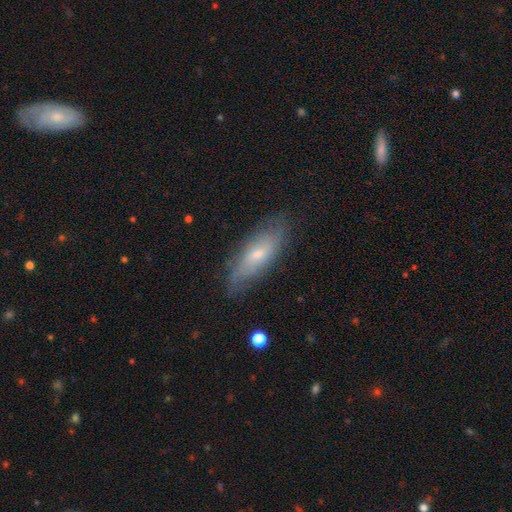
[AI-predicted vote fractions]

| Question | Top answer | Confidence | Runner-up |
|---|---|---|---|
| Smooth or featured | featured or disk | 47% | smooth (46%) |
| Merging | none | 75% | minor disturbance (19%) |